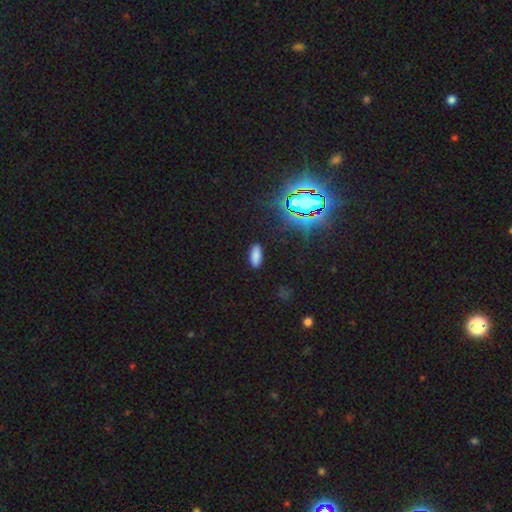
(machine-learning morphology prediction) A smooth galaxy with no disk features (78%) that is in between round and cigar-shaped (82%). Merging: none (88%).